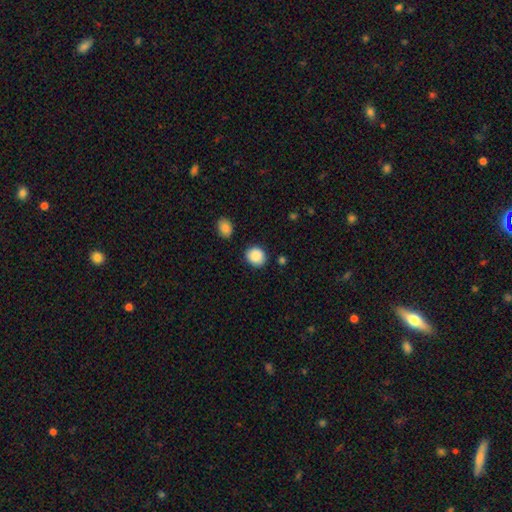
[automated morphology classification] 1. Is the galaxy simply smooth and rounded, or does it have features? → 89% smooth, 8% star or artifact, 3% featured or disk.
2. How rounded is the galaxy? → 77% round, 22% in between, 1% cigar-shaped.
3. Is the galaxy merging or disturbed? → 85% none, 9% minor disturbance, 3% merger, 3% major disturbance.